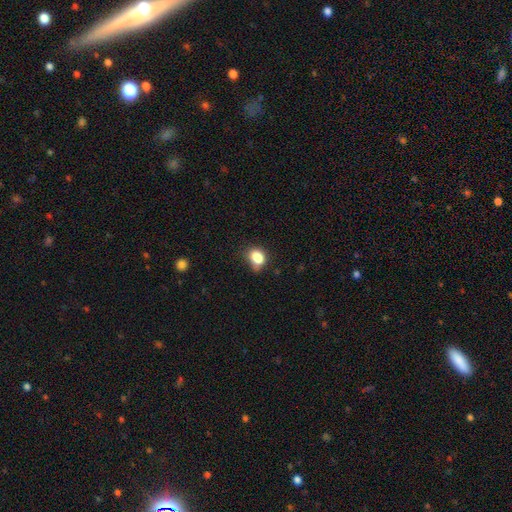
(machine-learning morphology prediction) This is clearly a smooth galaxy (81%). How rounded: possibly in between (60%). Merging: possibly none (51%).